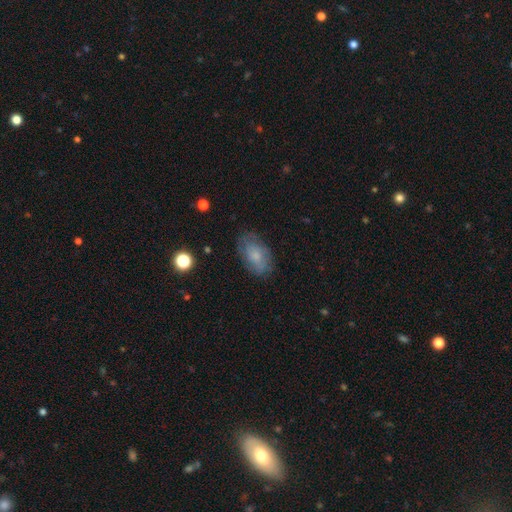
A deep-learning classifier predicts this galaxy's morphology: smooth 61%, featured or disk 31%, star or artifact 9%. Down the decision tree: how rounded — in between (89%); merging — none (74%).